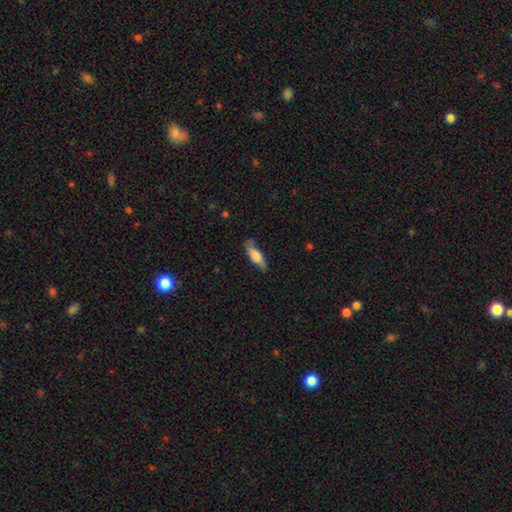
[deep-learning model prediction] This appears to be a smooth galaxy with no disk features (65%) that is in between round and cigar-shaped (57%). Merging: none (71%).